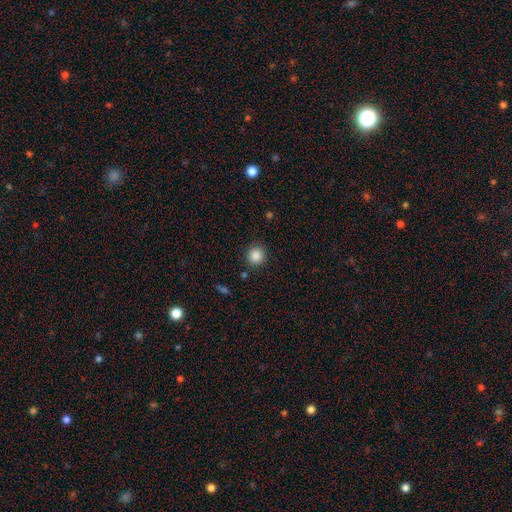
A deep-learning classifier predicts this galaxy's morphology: smooth 87%, star or artifact 10%, featured or disk 3%. Down the decision tree: how rounded — round (92%); merging — none (88%).